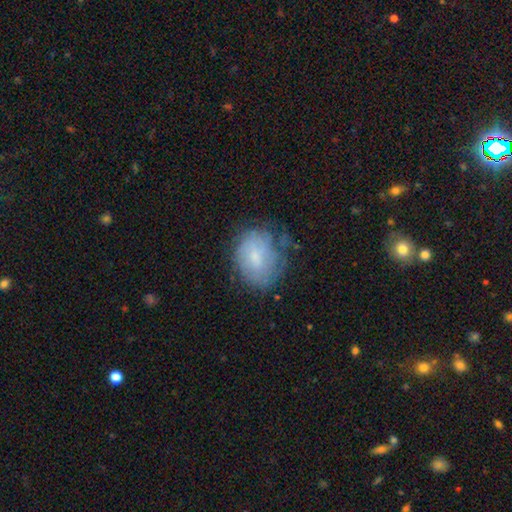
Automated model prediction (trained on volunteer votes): A smooth galaxy with no disk features (58%) that is in between round and cigar-shaped (53%).

Vote fractions:
- Smooth or featured? smooth: 58% / featured or disk: 33% / star or artifact: 9%
- How rounded? in between: 53% / round: 46% / cigar-shaped: 1%
- Merging? none: 56% / minor disturbance: 29% / major disturbance: 13% / merger: 3%